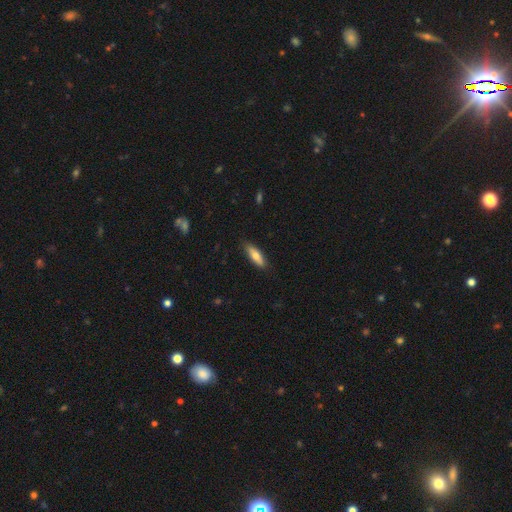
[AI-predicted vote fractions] This is likely a smooth galaxy (70%). How rounded: possibly in between (49%). Merging: clearly none (86%).